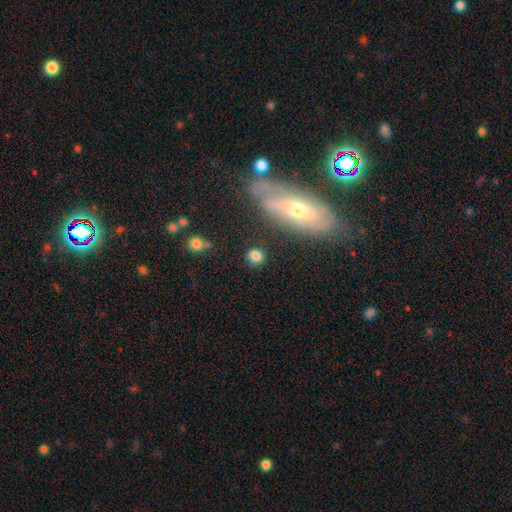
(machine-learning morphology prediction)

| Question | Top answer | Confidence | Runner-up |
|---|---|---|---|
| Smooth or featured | smooth | 81% | star or artifact (10%) |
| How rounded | round | 81% | in between (17%) |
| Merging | none | 83% | minor disturbance (9%) |